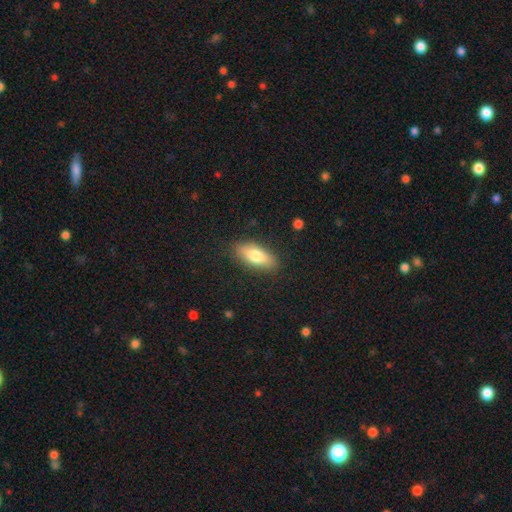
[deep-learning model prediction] Smooth or featured?
  - smooth: 75% *
  - featured or disk: 19%
  - star or artifact: 6%
How rounded?
  - in between: 75% *
  - cigar-shaped: 22%
  - round: 3%
Merging?
  - none: 86% *
  - minor disturbance: 10%
  - major disturbance: 3%
  - merger: 1%